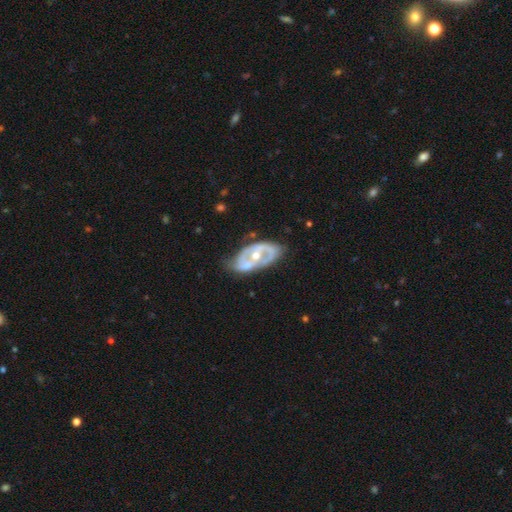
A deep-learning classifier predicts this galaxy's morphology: Smooth or featured?
  - featured or disk: 78% *
  - smooth: 17%
  - star or artifact: 5%
Edge-on disk?
  - no: 93% *
  - yes: 7%
Bar?
  - no: 61% *
  - weak: 24%
  - strong: 15%
Spiral arms?
  - yes: 55% *
  - no: 45%
Bulge size?
  - moderate: 65% *
  - small: 30%
  - large: 3%
  - none: 1%
  - dominant: 1%
Merging?
  - none: 57% *
  - minor disturbance: 27%
  - major disturbance: 11%
  - merger: 5%